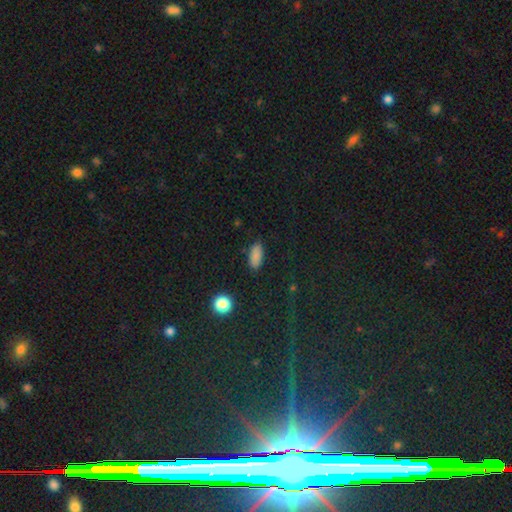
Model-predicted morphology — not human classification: A smooth galaxy with no disk features (86%) that is in between round and cigar-shaped (87%). Merging: none (86%).